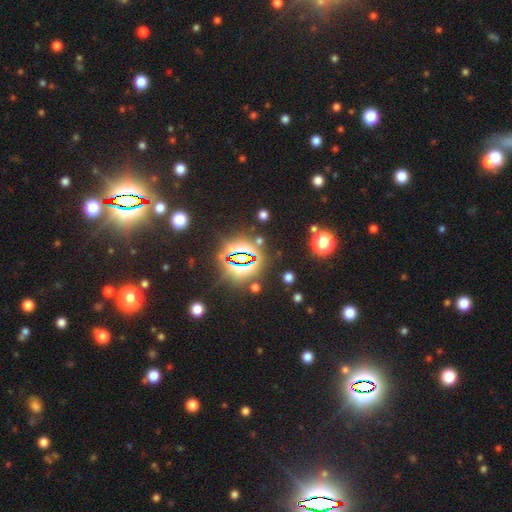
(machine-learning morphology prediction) This is clearly a star or artifact rather than a galaxy (83%).